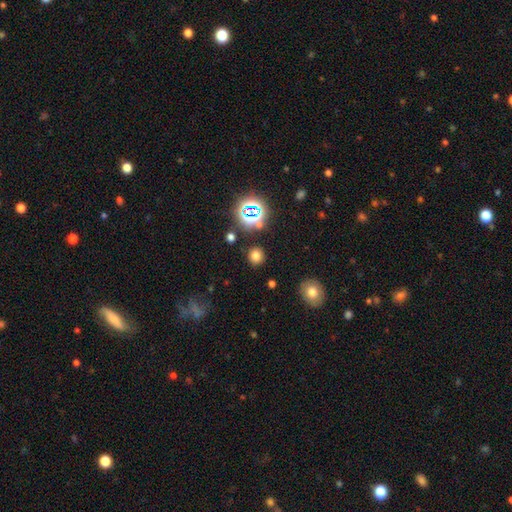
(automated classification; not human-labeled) A smooth galaxy with no disk features (71%) that is round (88%). Merging: none (87%).